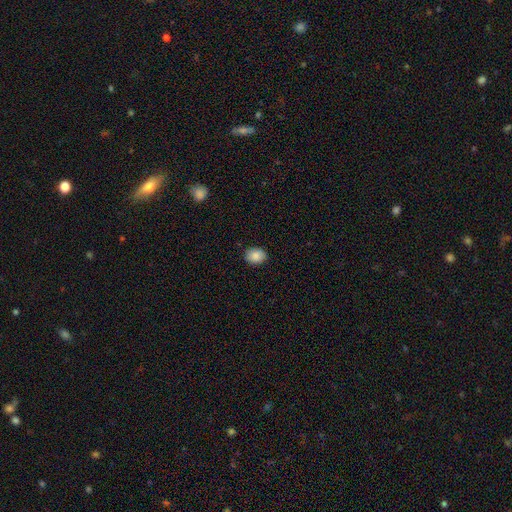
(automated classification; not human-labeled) smooth 88%, star or artifact 8%, featured or disk 5%. Down the decision tree: how rounded — in between (58%); merging — none (88%).